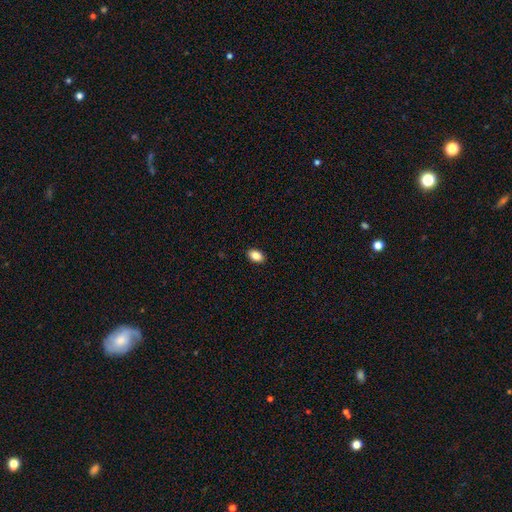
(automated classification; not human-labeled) Q: Smooth or featured?
A: smooth (87%); runner-up: star or artifact (8%)
Q: How rounded?
A: in between (88%); runner-up: round (11%)
Q: Merging?
A: none (90%); runner-up: minor disturbance (7%)